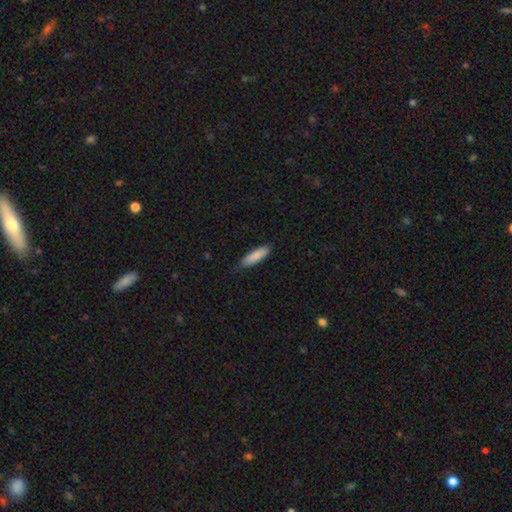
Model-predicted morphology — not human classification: smooth-or-featured: smooth: 88% | featured or disk: 6% | star or artifact: 6%
  how-rounded: cigar-shaped: 60% | in between: 38% | round: 1%
  merging: none: 83% | minor disturbance: 14% | major disturbance: 2% | merger: 1%